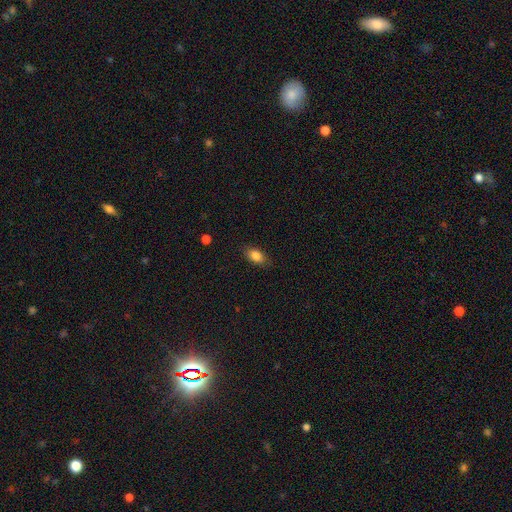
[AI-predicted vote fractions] smooth_or_featured: smooth (p=0.85) [alt: star or artifact p=0.08]
how_rounded: in between (p=0.86) [alt: round p=0.09]
merging: none (p=0.84) [alt: minor disturbance p=0.12]